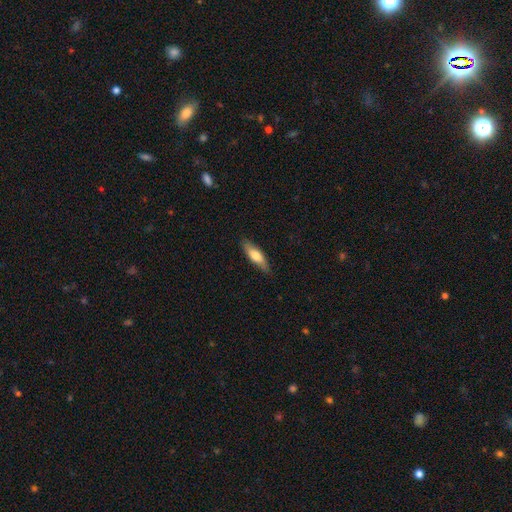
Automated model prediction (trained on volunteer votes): smooth 65%, featured or disk 29%, star or artifact 6%. Down the decision tree: how rounded — cigar-shaped (59%); merging — none (83%).